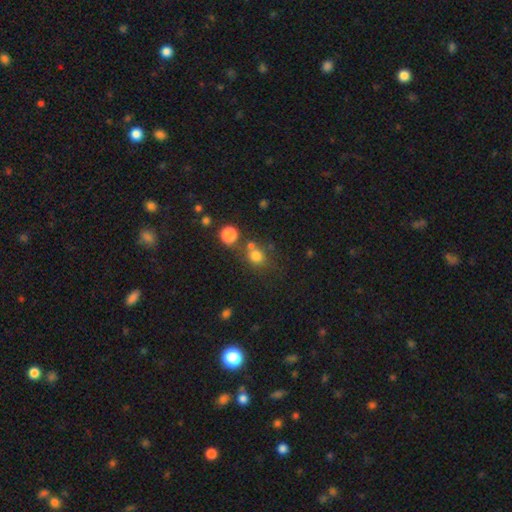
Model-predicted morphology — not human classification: Overall: smooth (75%). How rounded: round (76%). Merging: none (56%; merger 26%).